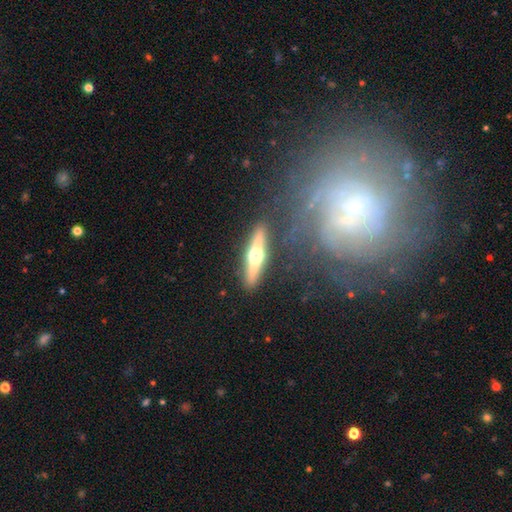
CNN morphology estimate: type=featured or disk (66%); edge-on=yes (95%); edge-on bulge=rounded (96%); merging=none (89%).